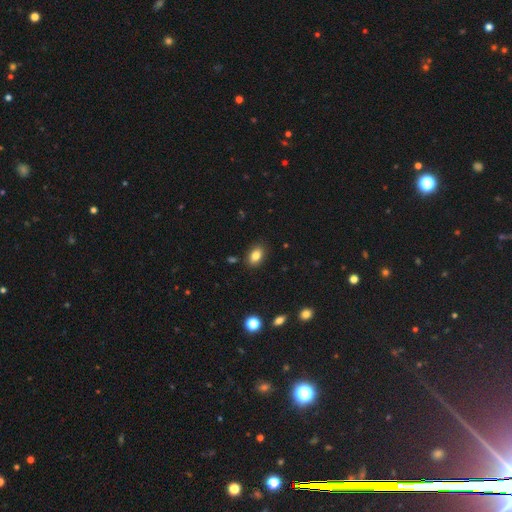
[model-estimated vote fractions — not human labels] A smooth galaxy with no disk features (83%) that is in between round and cigar-shaped (85%).

Vote fractions:
- Smooth or featured? smooth: 83% / star or artifact: 9% / featured or disk: 7%
- How rounded? in between: 85% / round: 14% / cigar-shaped: 2%
- Merging? none: 86% / minor disturbance: 9% / major disturbance: 2% / merger: 2%